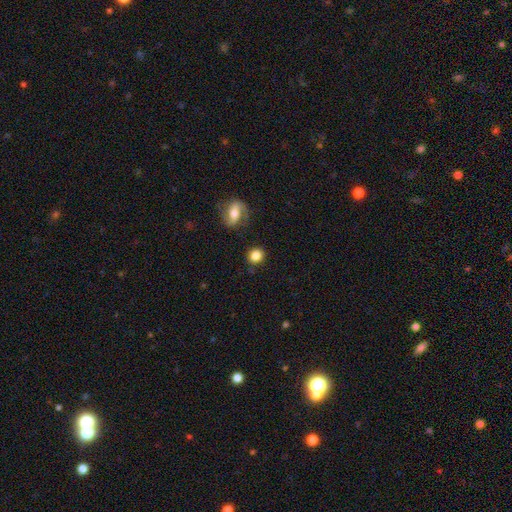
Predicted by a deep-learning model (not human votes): smooth 83%, star or artifact 9%, featured or disk 8%. Down the decision tree: how rounded — round (83%); merging — none (84%).